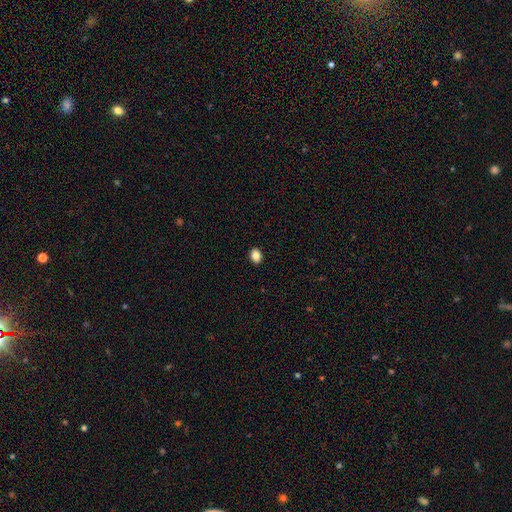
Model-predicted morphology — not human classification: Smooth or featured?
  - smooth: 86% *
  - star or artifact: 9%
  - featured or disk: 4%
How rounded?
  - in between: 66% *
  - round: 33%
  - cigar-shaped: 1%
Merging?
  - none: 91% *
  - minor disturbance: 7%
  - major disturbance: 2%
  - merger: 1%